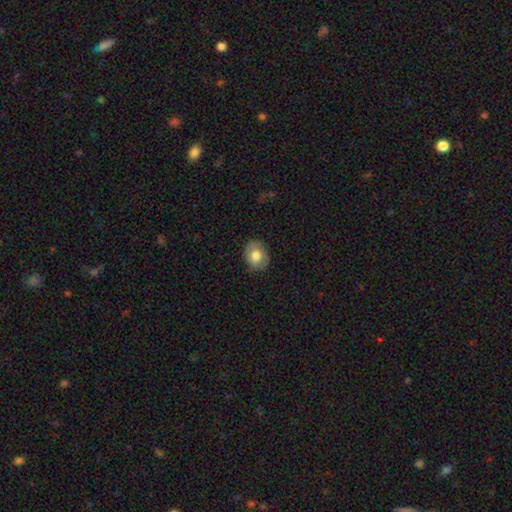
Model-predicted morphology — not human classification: smooth-or-featured: smooth: 71% | featured or disk: 22% | star or artifact: 8%
  how-rounded: round: 59% | in between: 41% | cigar-shaped: 1%
  merging: none: 79% | minor disturbance: 16% | major disturbance: 4% | merger: 1%